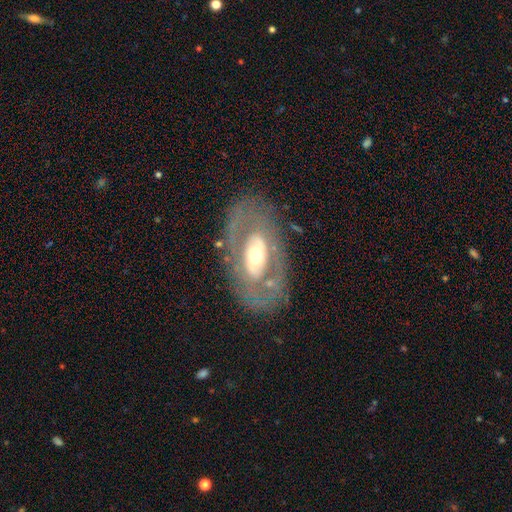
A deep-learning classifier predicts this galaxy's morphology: smooth_or_featured: featured or disk (p=0.70) [alt: smooth p=0.24]
disk_edge_on: no (p=0.90) [alt: yes p=0.10]
bar: no (p=0.61) [alt: weak p=0.23]
has_spiral_arms: no (p=0.69) [alt: yes p=0.31]
bulge_size: moderate (p=0.64) [alt: small p=0.17]
merging: none (p=0.78) [alt: minor disturbance p=0.13]